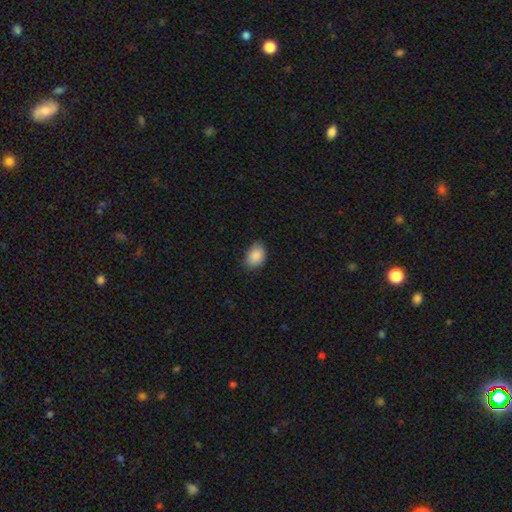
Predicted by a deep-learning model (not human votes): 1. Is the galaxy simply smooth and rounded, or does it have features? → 87% smooth, 8% star or artifact, 5% featured or disk.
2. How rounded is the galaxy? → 75% in between, 24% round, 1% cigar-shaped.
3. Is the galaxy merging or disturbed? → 75% none, 21% minor disturbance, 3% major disturbance, 1% merger.